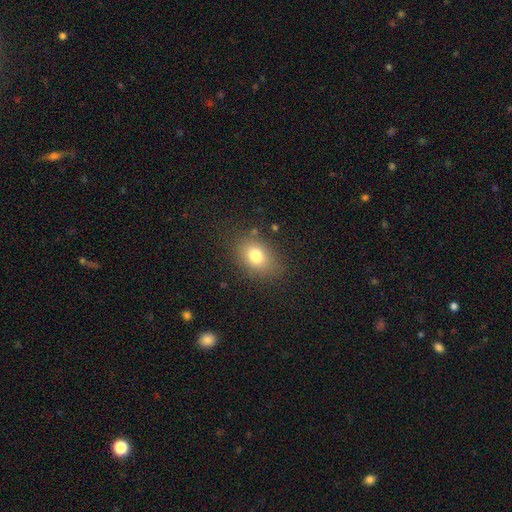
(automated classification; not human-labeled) Q: Smooth or featured?
A: smooth (77%); runner-up: star or artifact (12%)
Q: How rounded?
A: in between (69%); runner-up: round (30%)
Q: Merging?
A: none (79%); runner-up: minor disturbance (14%)